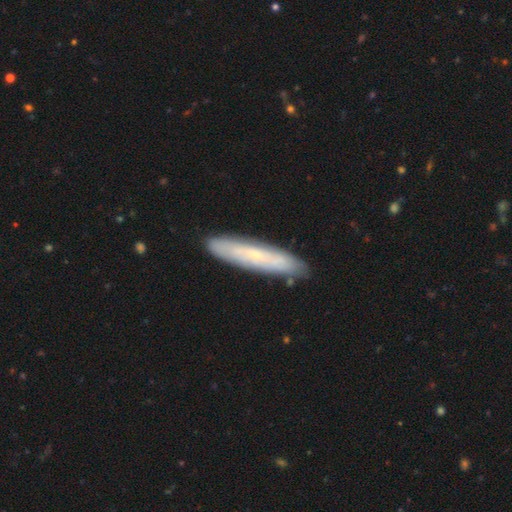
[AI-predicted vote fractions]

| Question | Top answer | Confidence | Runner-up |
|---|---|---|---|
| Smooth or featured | smooth | 47% | tied: featured or disk (47%) |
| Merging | none | 87% | minor disturbance (10%) |